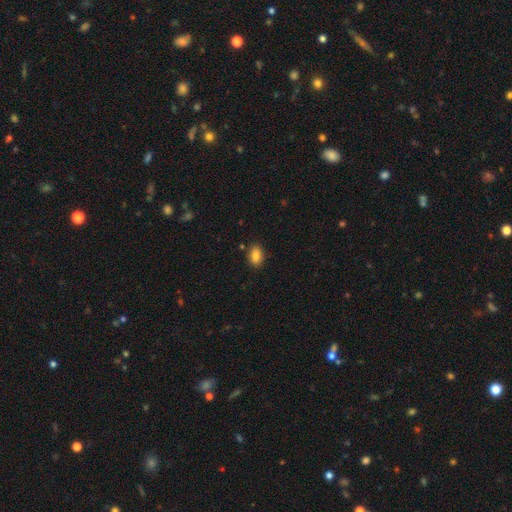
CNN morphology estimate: Smooth or featured: smooth — 84% (star or artifact — 9%)
How rounded: in between — 86% (round — 13%)
Merging: none — 86% (minor disturbance — 10%)